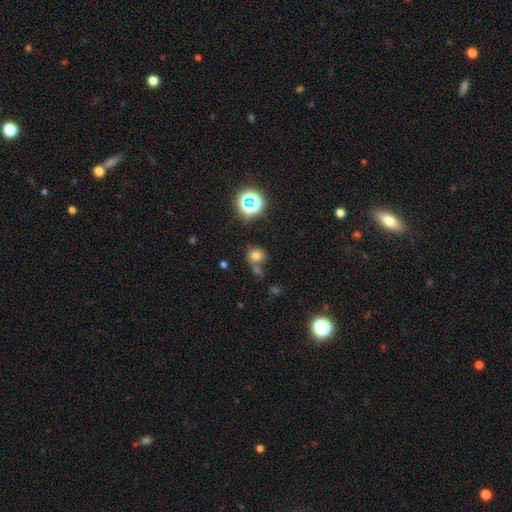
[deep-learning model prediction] Overall: smooth (70%). How rounded: round (76%). Merging: none (55%; merger 25%).